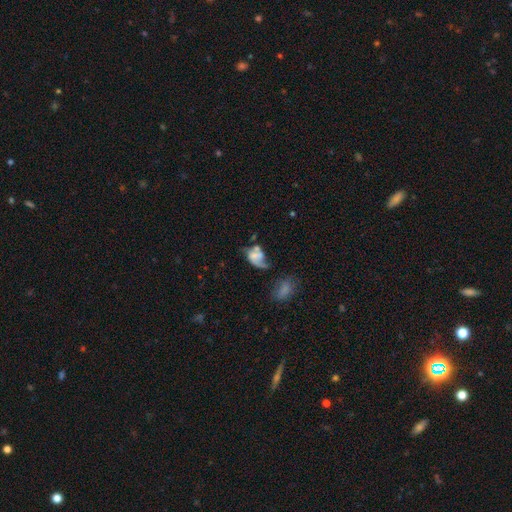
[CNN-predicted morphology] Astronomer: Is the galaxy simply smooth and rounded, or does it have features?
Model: featured or disk — 49% (runner-up: smooth, 40%).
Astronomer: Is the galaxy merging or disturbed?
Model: major disturbance — 30% (runner-up: merger, 25%).